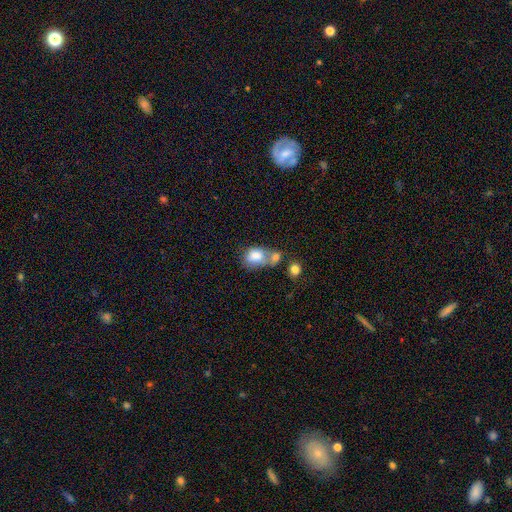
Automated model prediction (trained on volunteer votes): This appears to be a smooth galaxy with no disk features (76%) that is in between round and cigar-shaped (70%). Merging: merger (53%).